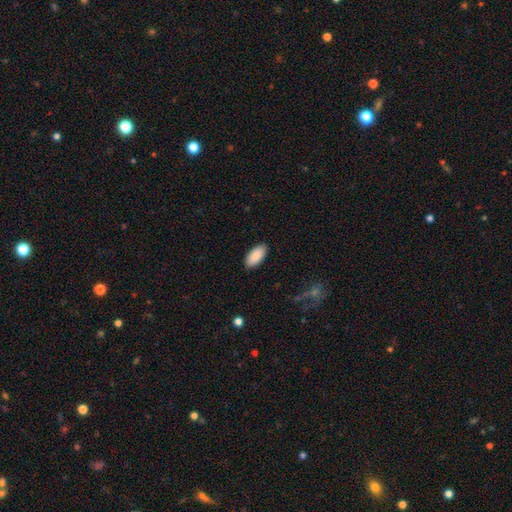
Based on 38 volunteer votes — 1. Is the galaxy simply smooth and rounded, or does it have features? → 89% smooth, 5% featured or disk, 5% star or artifact.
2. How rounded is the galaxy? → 94% in between, 6% cigar-shaped, 0% round.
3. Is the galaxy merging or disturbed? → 89% none, 6% minor disturbance, 3% major disturbance, 3% merger.